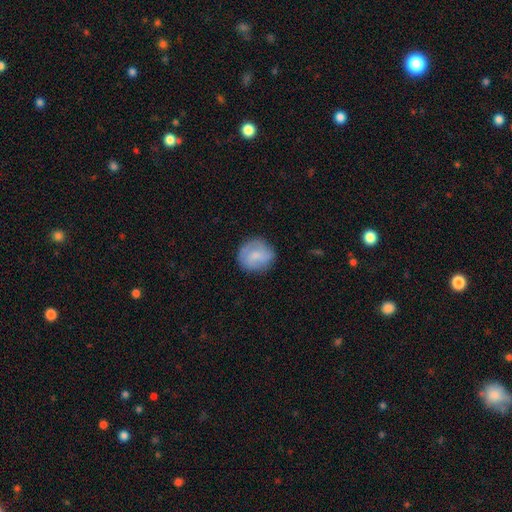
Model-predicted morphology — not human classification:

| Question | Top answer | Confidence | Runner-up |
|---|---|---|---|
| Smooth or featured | smooth | 65% | featured or disk (28%) |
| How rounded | round | 86% | in between (13%) |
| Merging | none | 77% | minor disturbance (17%) |